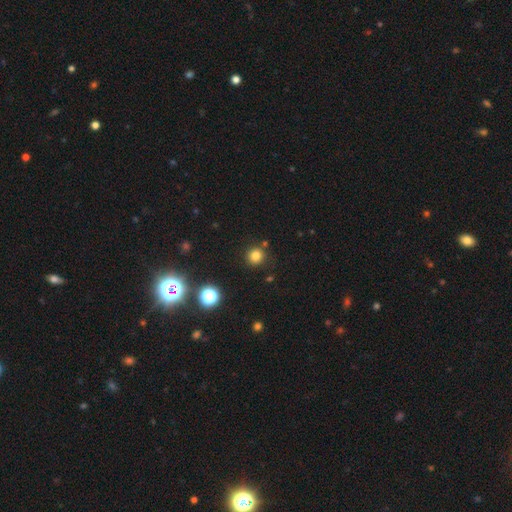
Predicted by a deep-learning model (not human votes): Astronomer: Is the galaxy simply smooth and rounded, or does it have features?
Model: smooth — 79%.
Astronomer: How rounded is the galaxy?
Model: round — 92%.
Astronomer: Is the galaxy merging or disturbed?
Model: none — 85%.